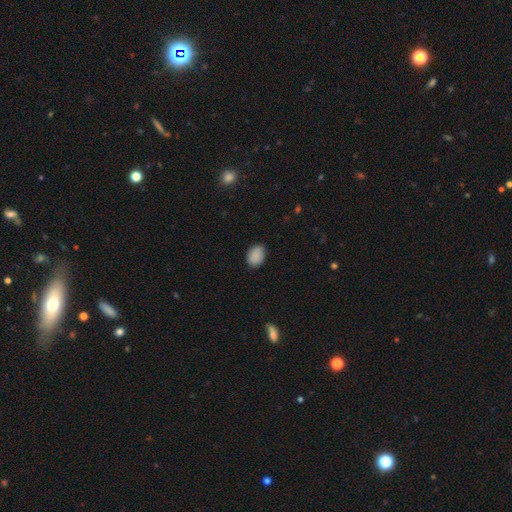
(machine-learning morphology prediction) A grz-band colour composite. It shows a smooth galaxy with no disk features (88%) that is in between round and cigar-shaped (73%). Merging: none (83%).